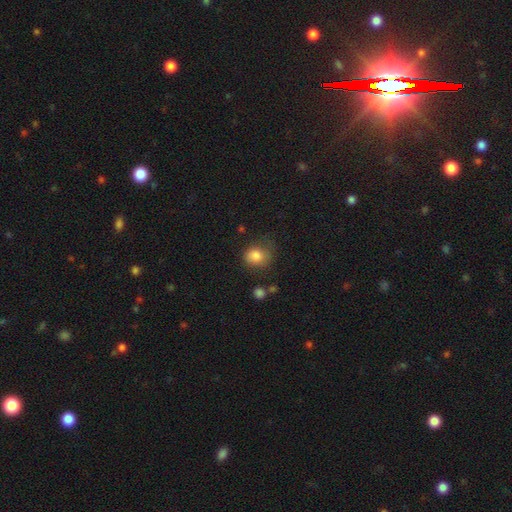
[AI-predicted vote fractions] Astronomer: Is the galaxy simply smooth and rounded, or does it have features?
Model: smooth — 83%.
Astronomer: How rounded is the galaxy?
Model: round — 68%.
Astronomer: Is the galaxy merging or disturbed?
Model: none — 55%.